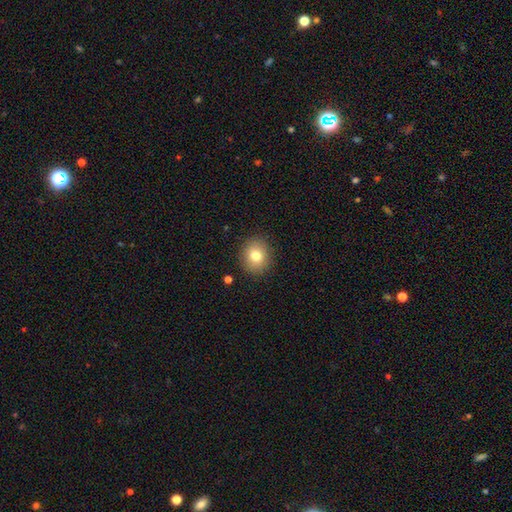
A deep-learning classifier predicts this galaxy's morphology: This appears to be a smooth galaxy with no disk features (78%) that is round (76%). Merging: none (89%).